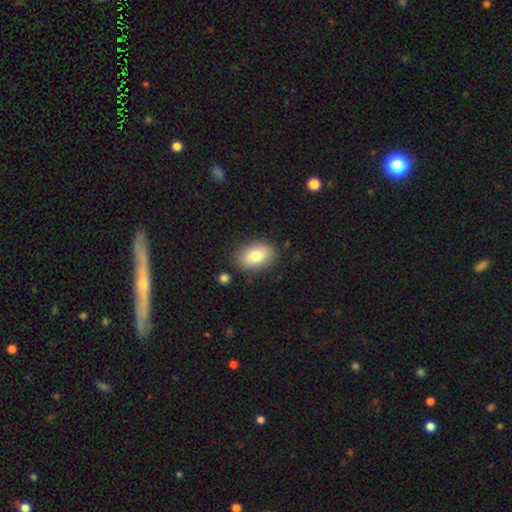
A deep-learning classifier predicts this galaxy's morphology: A smooth galaxy with no disk features (81%) that is in between round and cigar-shaped (85%). Merging: none (84%).